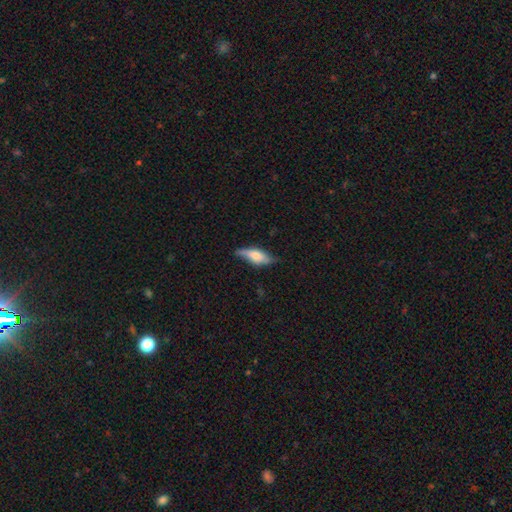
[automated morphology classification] smooth_or_featured: smooth (p=0.54) [alt: featured or disk p=0.40]
how_rounded: in between (p=0.65) [alt: cigar-shaped p=0.33]
merging: none (p=0.60) [alt: minor disturbance p=0.30]